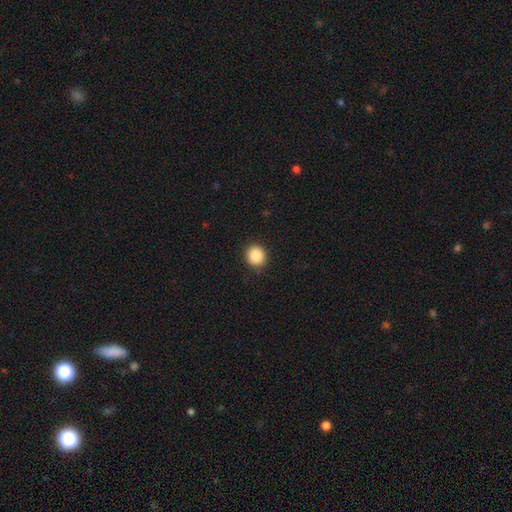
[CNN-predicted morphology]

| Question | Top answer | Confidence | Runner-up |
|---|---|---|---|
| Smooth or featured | smooth | 87% | star or artifact (9%) |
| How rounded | round | 84% | in between (15%) |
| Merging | none | 91% | minor disturbance (6%) |